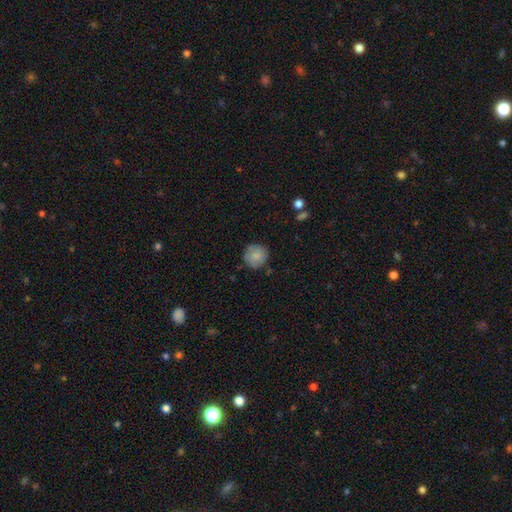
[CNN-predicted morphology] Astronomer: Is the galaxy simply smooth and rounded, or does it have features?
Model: smooth — 82%.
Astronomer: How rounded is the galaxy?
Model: round — 92%.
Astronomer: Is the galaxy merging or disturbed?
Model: none — 83%.